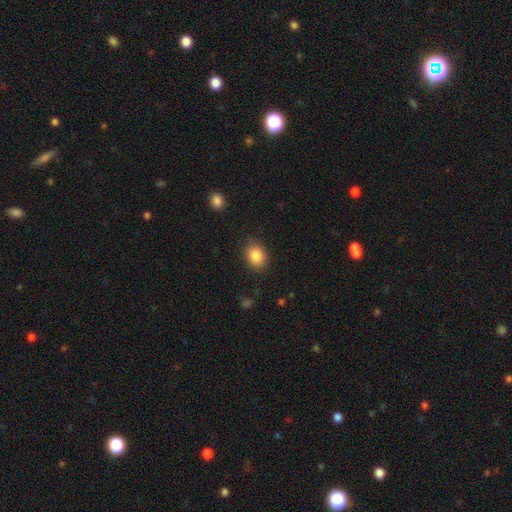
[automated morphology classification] This is clearly a smooth galaxy (86%). How rounded: possibly in between (59%). Merging: clearly none (83%).